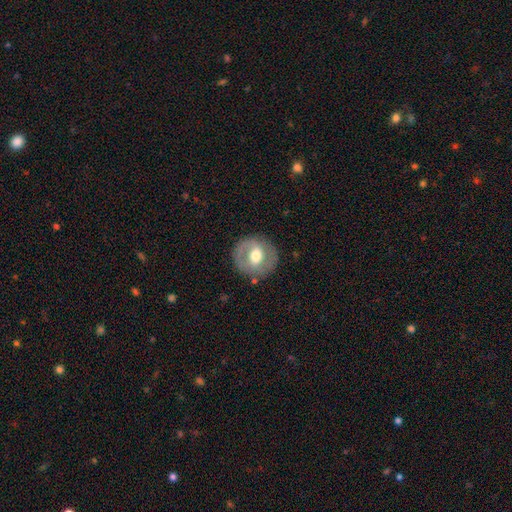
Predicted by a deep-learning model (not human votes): smooth_or_featured: featured or disk (p=0.54) [alt: smooth p=0.40]
disk_edge_on: no (p=0.96) [alt: yes p=0.04]
bar: weak (p=0.41) [alt: no p=0.38]
has_spiral_arms: no (p=0.59) [alt: yes p=0.41]
bulge_size: moderate (p=0.69) [alt: large p=0.19]
merging: none (p=0.81) [alt: minor disturbance p=0.12]